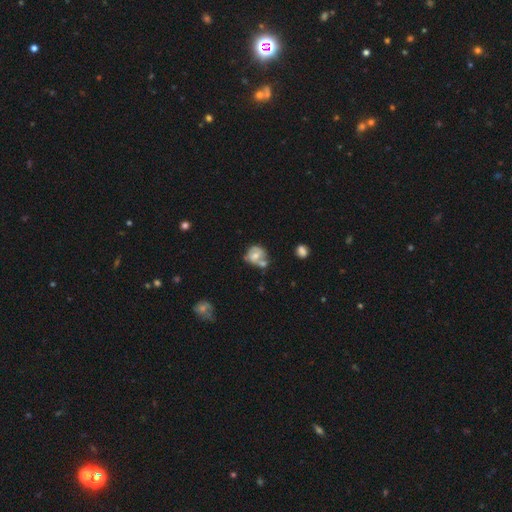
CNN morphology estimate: A smooth galaxy with no disk features (46%).

Vote fractions:
- Smooth or featured? smooth: 46% / featured or disk: 45% / star or artifact: 9%
- Merging? none: 36% / merger: 34% / minor disturbance: 20% / major disturbance: 10%